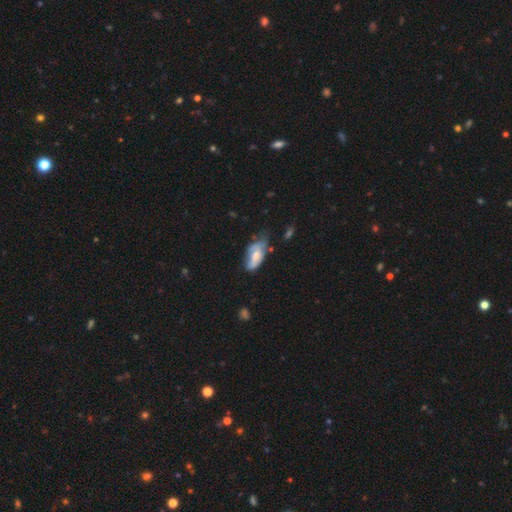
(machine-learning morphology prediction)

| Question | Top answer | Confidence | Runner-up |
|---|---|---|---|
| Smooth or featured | smooth | 55% | featured or disk (38%) |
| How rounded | in between | 89% | cigar-shaped (8%) |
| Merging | minor disturbance | 39% | none (34%) |